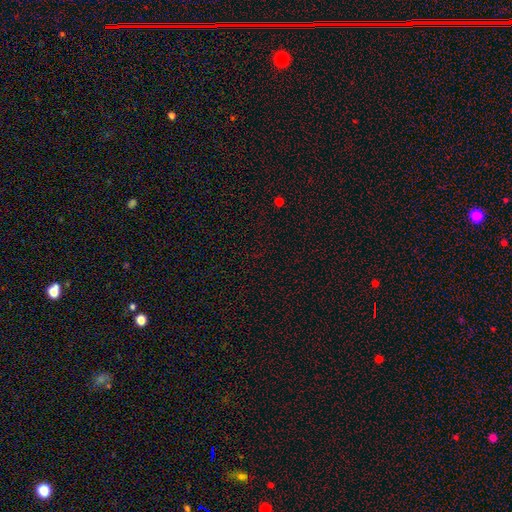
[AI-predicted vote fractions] This appears to be a star or artifact, not a galaxy (68%).